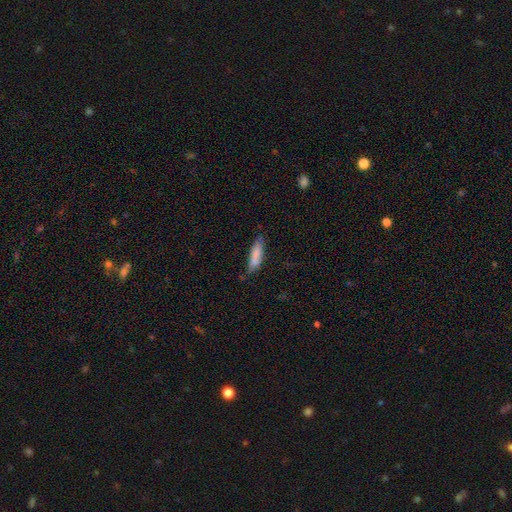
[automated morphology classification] A smooth galaxy with no disk features (78%) that is cigar-shaped (61%). Merging: none (59%).